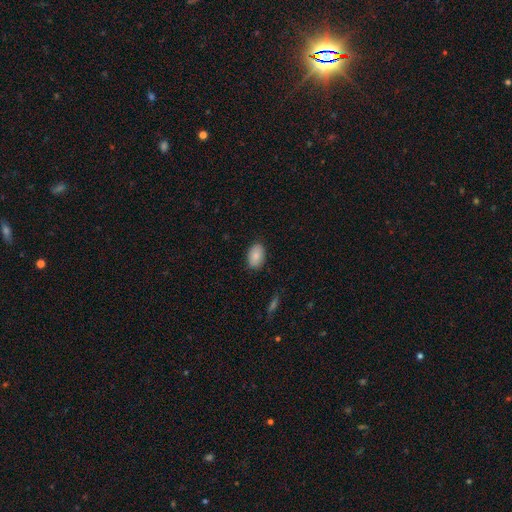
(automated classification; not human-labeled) A smooth galaxy with no disk features (87%) that is in between round and cigar-shaped (90%).

Vote fractions:
- Smooth or featured? smooth: 87% / star or artifact: 7% / featured or disk: 6%
- How rounded? in between: 90% / round: 9% / cigar-shaped: 1%
- Merging? none: 86% / minor disturbance: 11% / major disturbance: 2% / merger: 1%